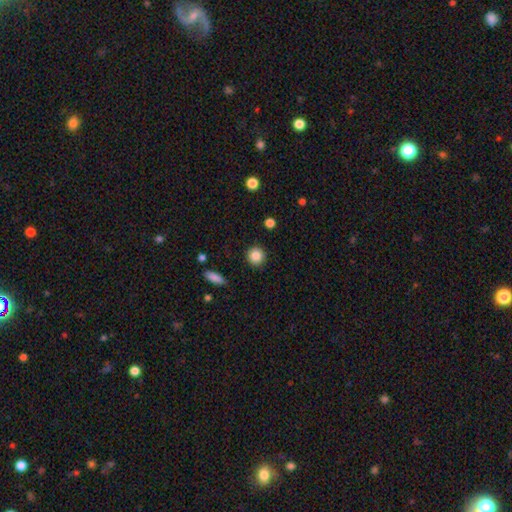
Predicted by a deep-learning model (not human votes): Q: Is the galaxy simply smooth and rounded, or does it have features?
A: smooth — 86%.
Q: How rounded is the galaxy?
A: round — 92%.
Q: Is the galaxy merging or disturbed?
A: none — 91%.